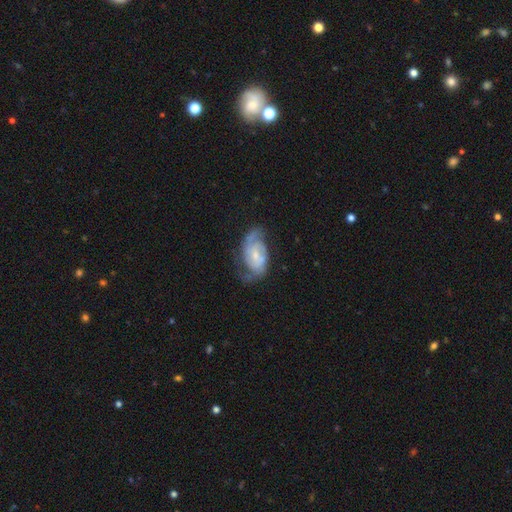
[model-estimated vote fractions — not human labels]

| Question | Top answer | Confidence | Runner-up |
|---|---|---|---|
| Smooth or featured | featured or disk | 76% | smooth (18%) |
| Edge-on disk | no | 96% | yes (4%) |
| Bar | no | 54% | weak (39%) |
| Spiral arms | yes | 91% | no (9%) |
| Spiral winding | medium | 45% | tight (34%) |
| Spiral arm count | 2 | 71% | can't tell (16%) |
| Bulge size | small | 55% | moderate (33%) |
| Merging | none | 55% | minor disturbance (25%) |